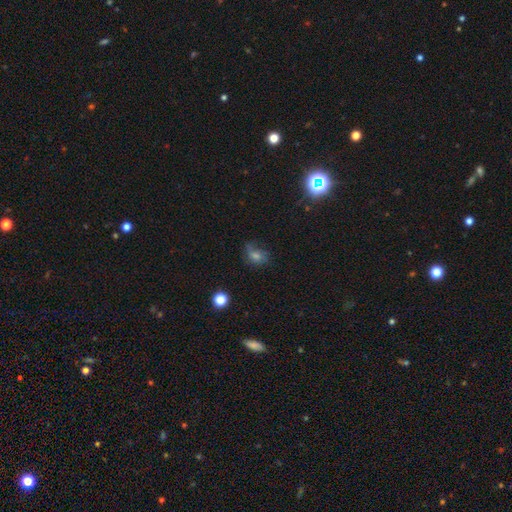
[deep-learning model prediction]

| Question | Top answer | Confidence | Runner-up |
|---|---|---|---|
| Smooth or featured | smooth | 44% | featured or disk (31%) |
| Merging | none | 50% | minor disturbance (26%) |